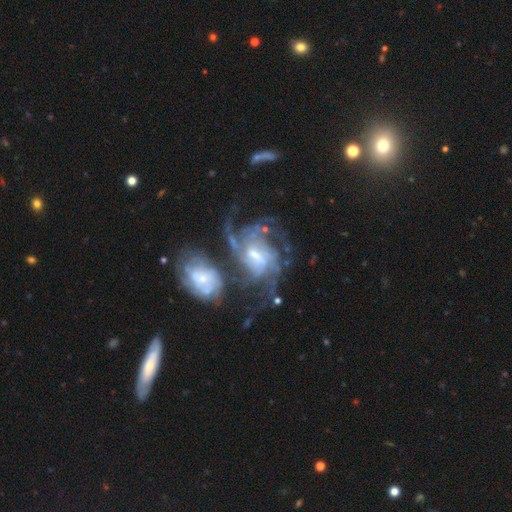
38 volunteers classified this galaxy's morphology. featured or disk 100%, smooth 0%, star or artifact 0%. Down the decision tree: edge-on disk — no (97%); bar — weak (41%); spiral arms — yes (95%); spiral arm count — 3 (46%); spiral winding — medium (60%); bulge size — small (54%); merging — merger (39%).